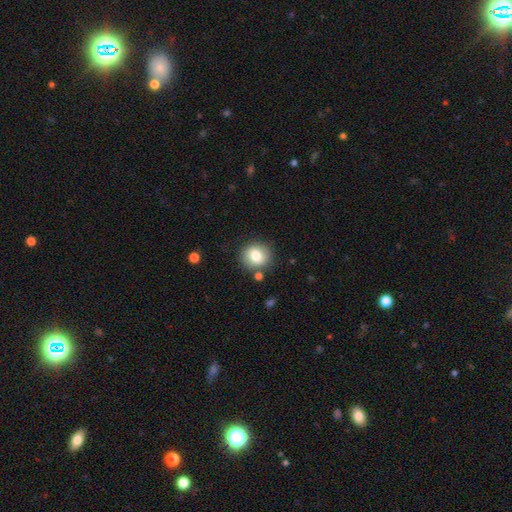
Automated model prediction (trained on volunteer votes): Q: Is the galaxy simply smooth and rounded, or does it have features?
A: smooth — 79%.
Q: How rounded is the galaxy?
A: round — 84%.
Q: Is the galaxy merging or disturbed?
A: none — 84%.